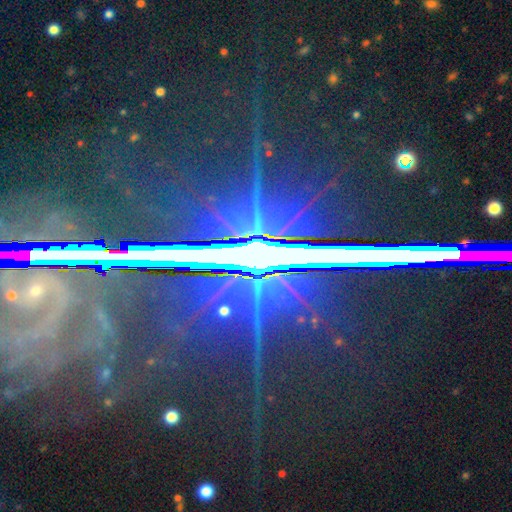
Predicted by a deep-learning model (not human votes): Smooth or featured: star or artifact — 84% (featured or disk — 10%)